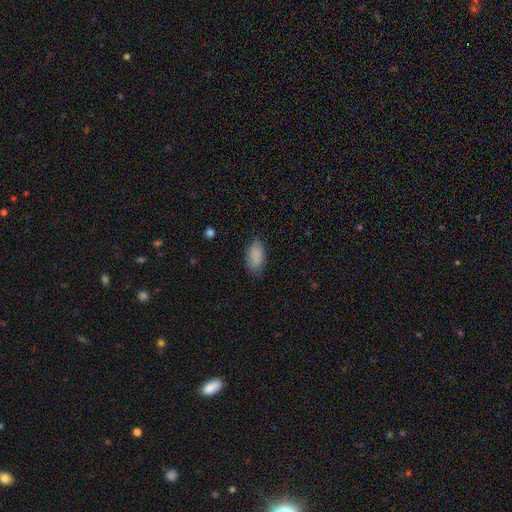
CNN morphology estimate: Smooth or featured? smooth (87%)
How rounded? in between (92%)
Merging? none (77%)